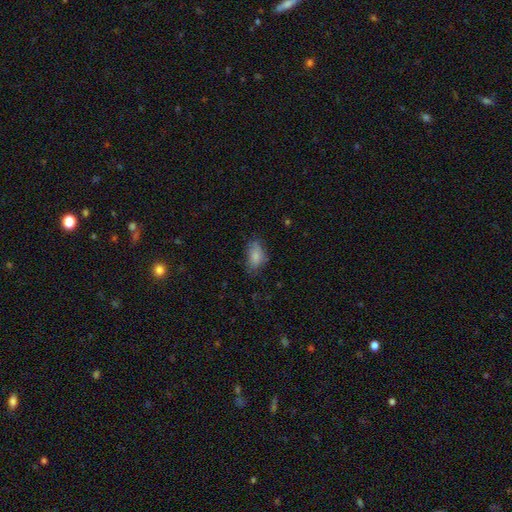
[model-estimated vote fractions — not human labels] smooth 81%, featured or disk 10%, star or artifact 9%. Down the decision tree: how rounded — in between (90%); merging — none (62%).